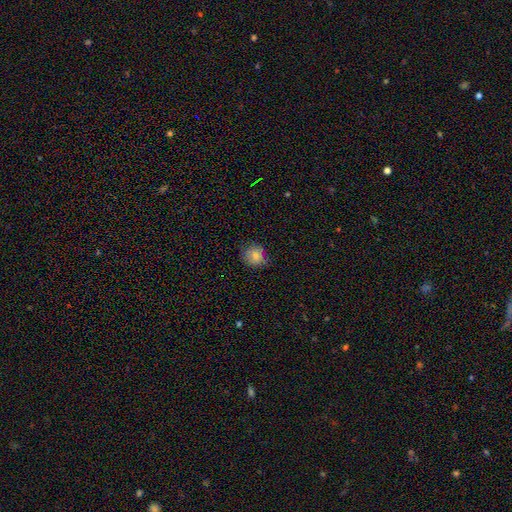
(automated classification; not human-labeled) This appears to be a smooth galaxy with no disk features (79%) that is round (84%). Merging: none (79%).